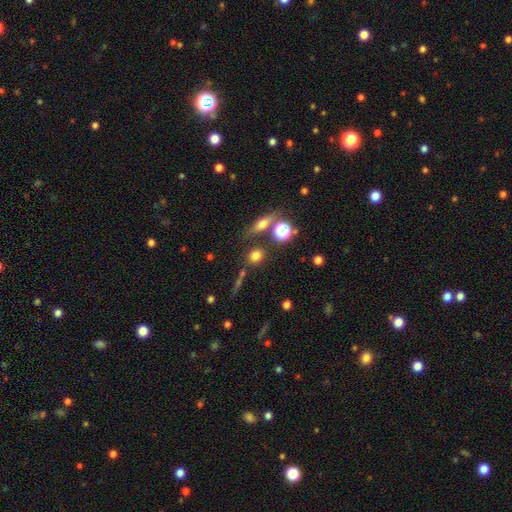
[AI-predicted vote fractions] This appears to be a smooth galaxy with no disk features (75%) that is round (69%). Merging: none (75%).